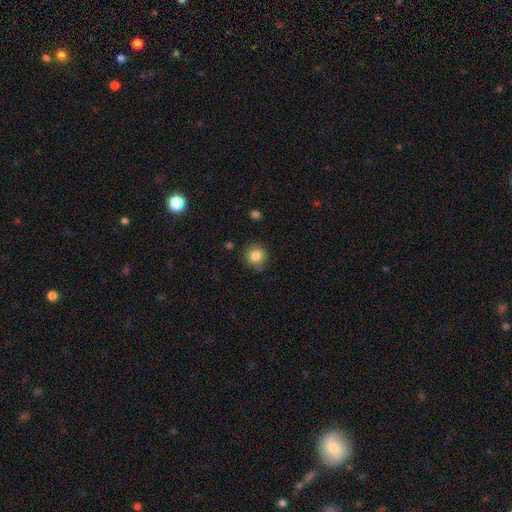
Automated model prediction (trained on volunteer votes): Q: Smooth or featured?
A: smooth (84%); runner-up: star or artifact (10%)
Q: How rounded?
A: round (92%); runner-up: in between (7%)
Q: Merging?
A: none (83%); runner-up: minor disturbance (12%)